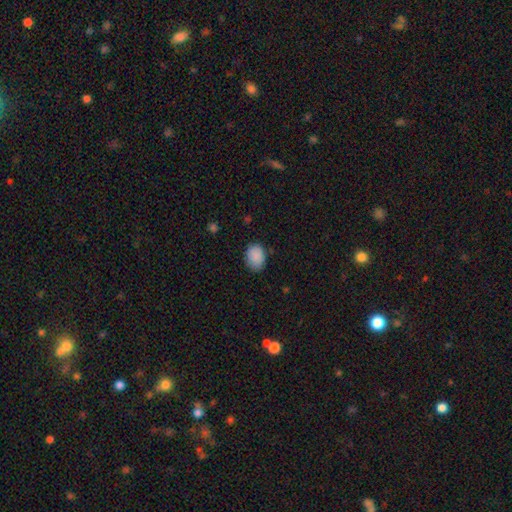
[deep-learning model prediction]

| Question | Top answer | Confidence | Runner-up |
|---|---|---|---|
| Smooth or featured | smooth | 89% | star or artifact (7%) |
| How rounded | in between | 68% | round (31%) |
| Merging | none | 79% | minor disturbance (17%) |